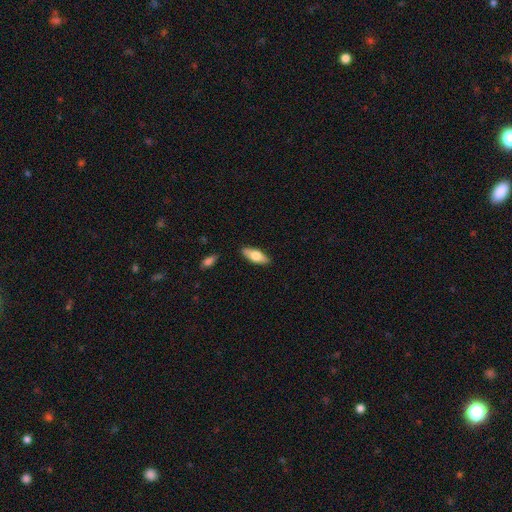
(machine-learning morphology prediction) A smooth galaxy with no disk features (65%) that is in between round and cigar-shaped (72%). Merging: none (87%).